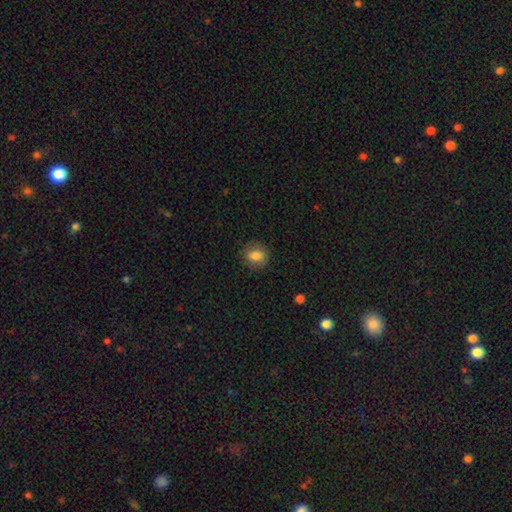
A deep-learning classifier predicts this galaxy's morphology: A smooth galaxy with no disk features (83%) that is round (68%). Merging: none (85%).